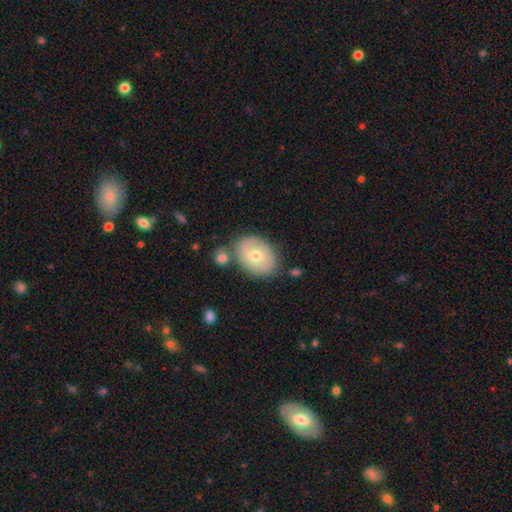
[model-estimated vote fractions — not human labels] Smooth or featured? smooth (62%)
How rounded? in between (69%)
Merging? none (74%)